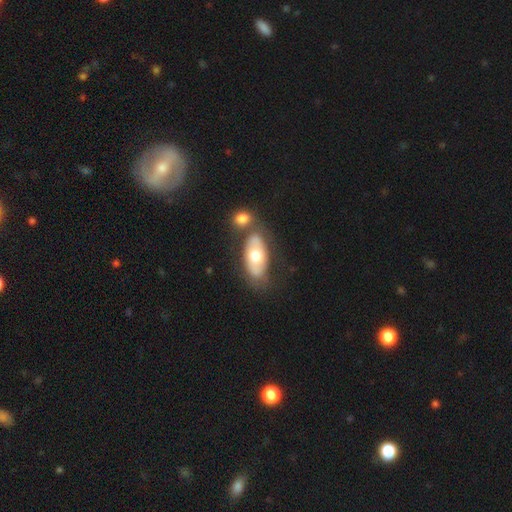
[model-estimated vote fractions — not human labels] The model was most divided on "smooth or featured": smooth: 49%, featured or disk: 45%, star or artifact: 6%. More confident: merging — none (53%).